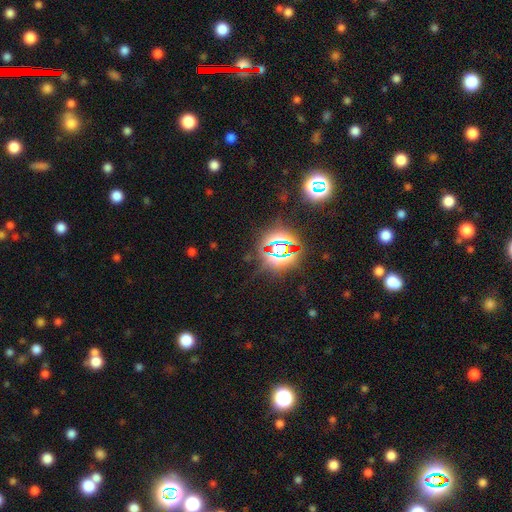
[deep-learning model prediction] Smooth or featured?
  - star or artifact: 75% *
  - smooth: 18%
  - featured or disk: 7%